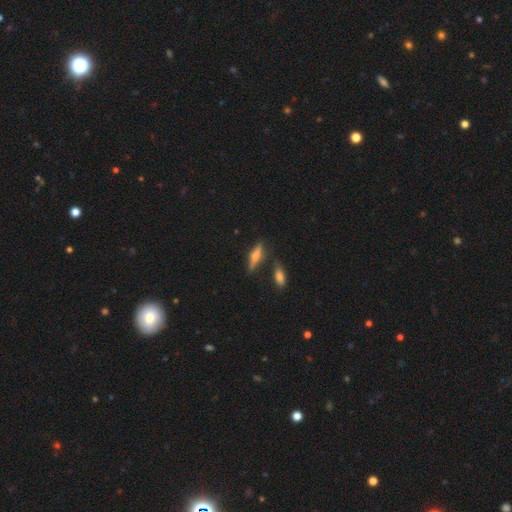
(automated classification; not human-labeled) The model was most divided on "smooth or featured": smooth: 55%, featured or disk: 36%, star or artifact: 9%. More confident: merging — none (68%); how rounded — cigar-shaped (66%).